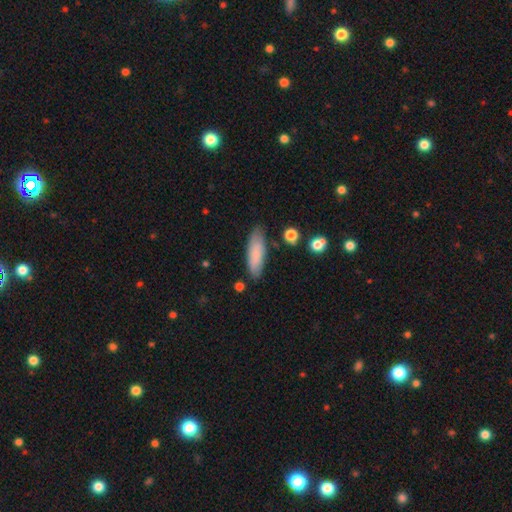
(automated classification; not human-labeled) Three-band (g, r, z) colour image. It shows a smooth galaxy with no disk features (80%) that is in between round and cigar-shaped (54%). Merging: none (78%).